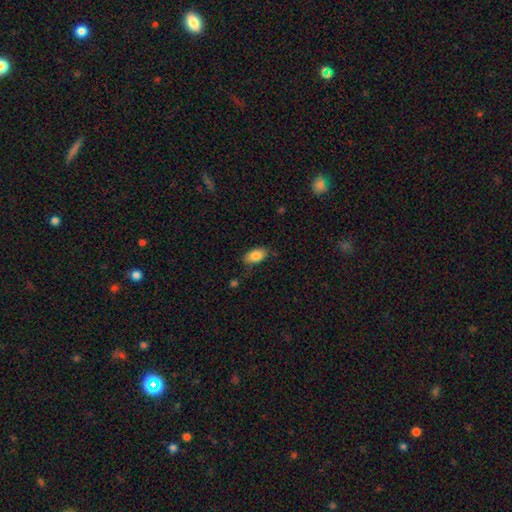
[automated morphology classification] smooth_or_featured: smooth (p=0.85) [alt: featured or disk p=0.08]
how_rounded: in between (p=0.92) [alt: round p=0.05]
merging: none (p=0.76) [alt: minor disturbance p=0.18]